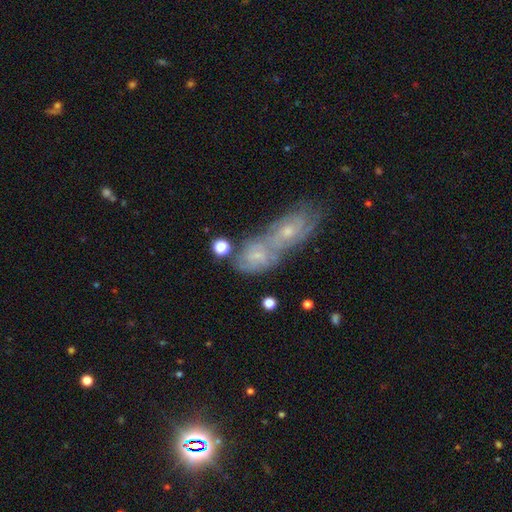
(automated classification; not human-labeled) smooth-or-featured: featured or disk: 51% | smooth: 38% | star or artifact: 11%
  disk-edge-on: no: 94% | yes: 6%
  merging: merger: 57% | none: 25% | minor disturbance: 11% | major disturbance: 7%